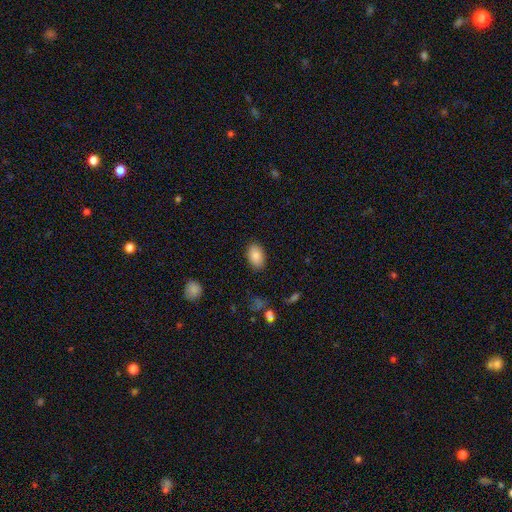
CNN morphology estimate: Overall: smooth (85%). How rounded: in between (90%). Merging: none (87%).